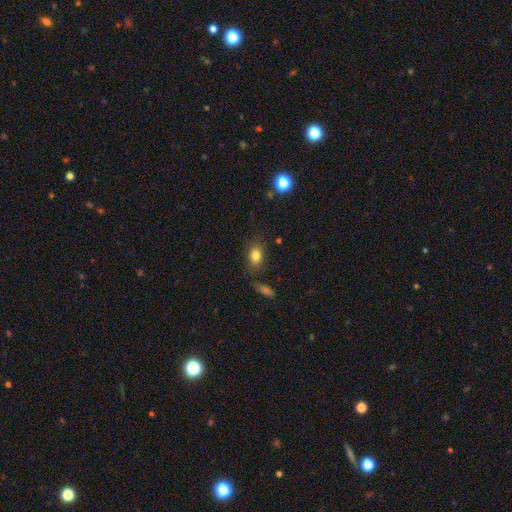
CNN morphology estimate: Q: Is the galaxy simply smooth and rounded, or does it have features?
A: smooth — 81%.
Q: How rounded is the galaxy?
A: in between — 73%.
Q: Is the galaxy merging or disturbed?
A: none — 79%.